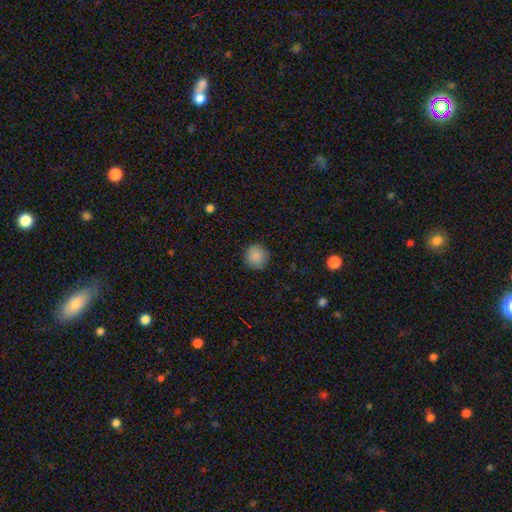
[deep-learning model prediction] smooth-or-featured: smooth: 87% | star or artifact: 8% | featured or disk: 5%
  how-rounded: round: 92% | in between: 7% | cigar-shaped: 1%
  merging: none: 89% | minor disturbance: 8% | major disturbance: 2% | merger: 1%